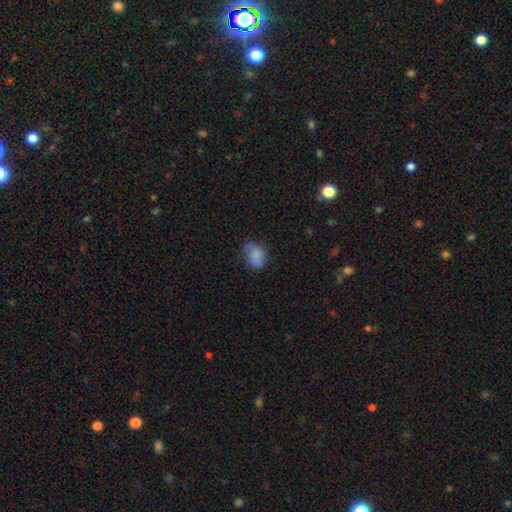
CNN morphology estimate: A smooth galaxy with no disk features (76%) that is in between round and cigar-shaped (73%).

Vote fractions:
- Smooth or featured? smooth: 76% / featured or disk: 14% / star or artifact: 10%
- How rounded? in between: 73% / round: 26% / cigar-shaped: 1%
- Merging? none: 51% / minor disturbance: 33% / major disturbance: 14% / merger: 2%